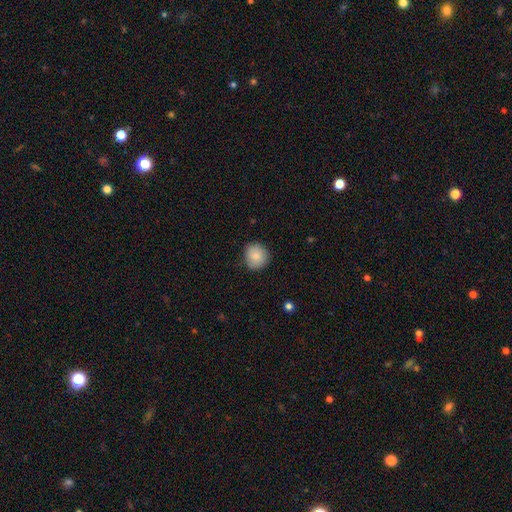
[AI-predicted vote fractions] smooth_or_featured: smooth (p=0.83) [alt: featured or disk p=0.09]
how_rounded: round (p=0.90) [alt: in between p=0.09]
merging: none (p=0.81) [alt: minor disturbance p=0.16]